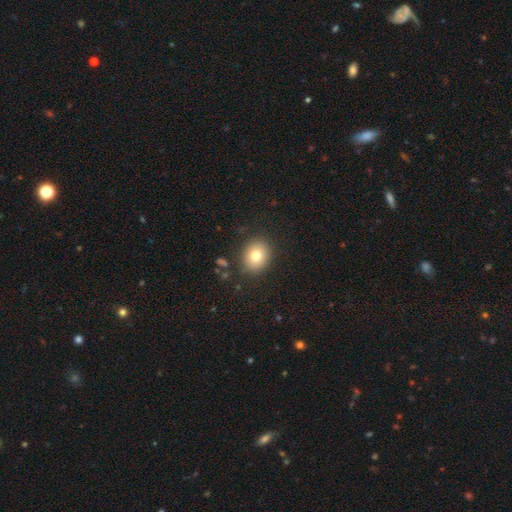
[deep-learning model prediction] Smooth or featured? Predicted: smooth (p=0.78). How rounded? Predicted: round (p=0.64). Merging? Predicted: none (p=0.87).